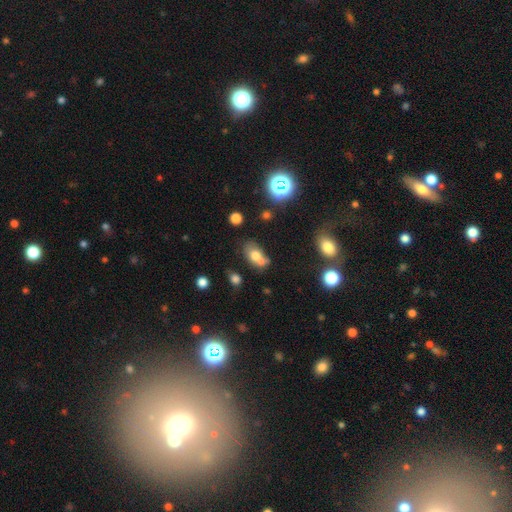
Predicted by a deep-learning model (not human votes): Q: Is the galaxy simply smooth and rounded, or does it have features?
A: smooth — 68%.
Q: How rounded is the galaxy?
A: in between — 73%.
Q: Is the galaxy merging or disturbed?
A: merger — 47%.